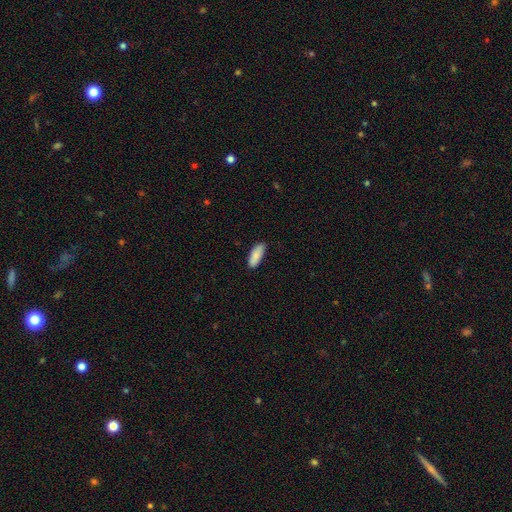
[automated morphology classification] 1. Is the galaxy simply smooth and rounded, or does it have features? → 88% smooth, 6% star or artifact, 6% featured or disk.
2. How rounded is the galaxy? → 72% in between, 26% cigar-shaped, 2% round.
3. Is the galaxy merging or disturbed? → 82% none, 15% minor disturbance, 2% major disturbance, 1% merger.